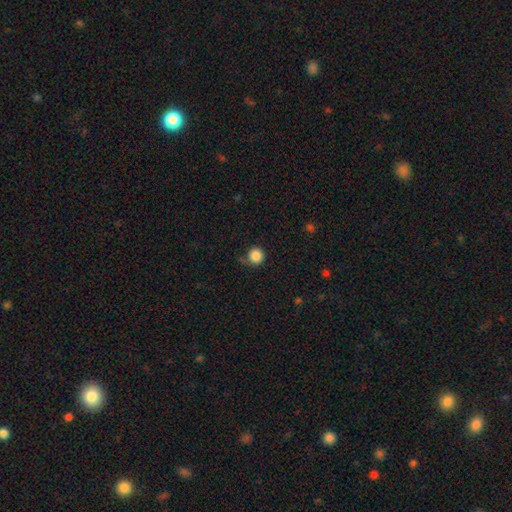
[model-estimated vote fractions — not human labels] Smooth or featured? smooth (86%)
How rounded? round (94%)
Merging? none (73%)